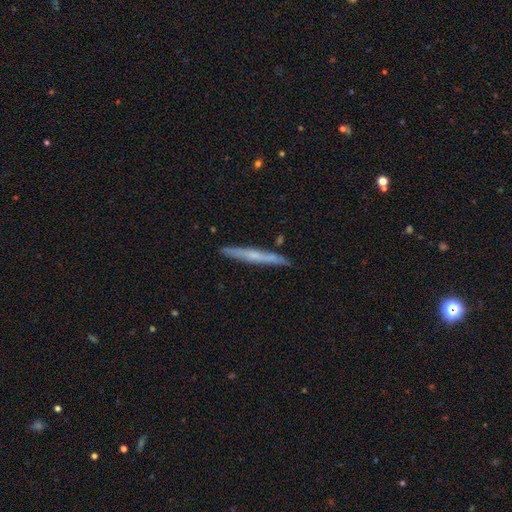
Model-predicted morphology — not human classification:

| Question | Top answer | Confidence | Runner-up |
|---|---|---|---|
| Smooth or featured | featured or disk | 52% | smooth (42%) |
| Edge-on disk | yes | 96% | no (4%) |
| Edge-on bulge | none | 57% | rounded (37%) |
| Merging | none | 89% | minor disturbance (8%) |